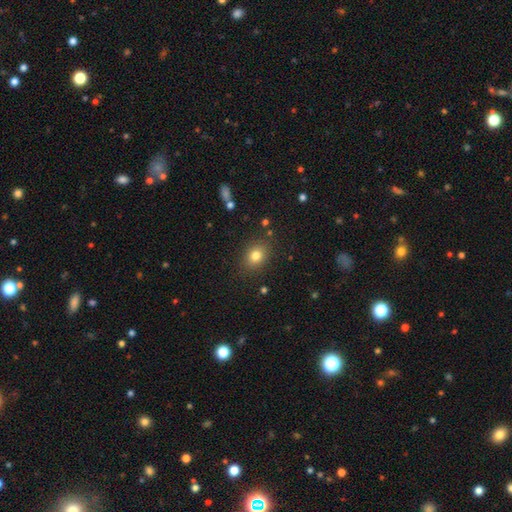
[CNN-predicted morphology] Q: Smooth or featured?
A: smooth (79%); runner-up: star or artifact (12%)
Q: How rounded?
A: in between (51%); runner-up: round (48%)
Q: Merging?
A: none (85%); runner-up: minor disturbance (10%)